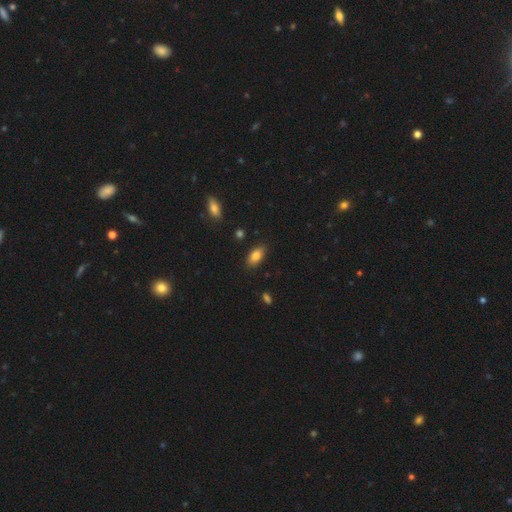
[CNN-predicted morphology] type=smooth (82%); roundness=in between (90%); merging=none (84%).